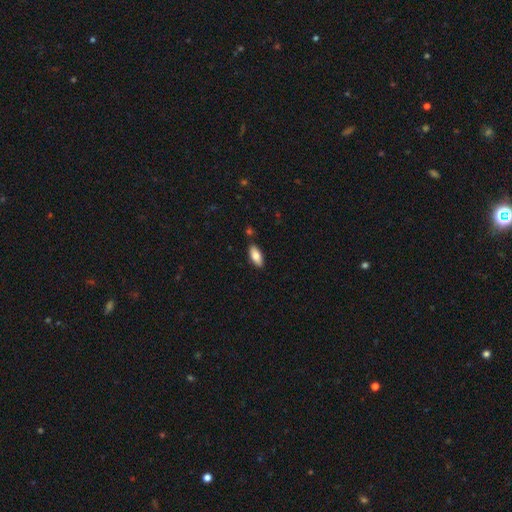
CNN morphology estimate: Overall: smooth (79%). How rounded: in between (82%). Merging: none (87%).